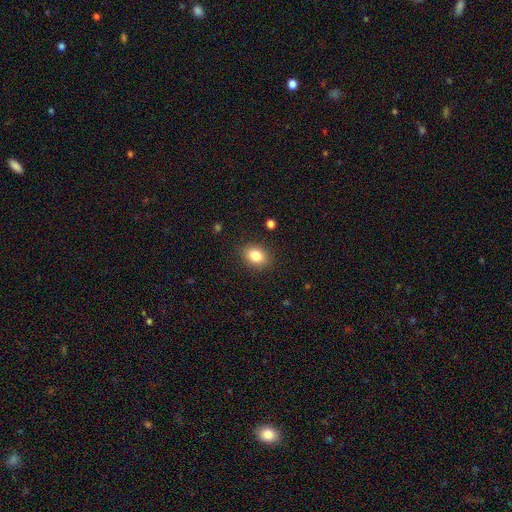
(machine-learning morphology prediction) smooth 83%, star or artifact 9%, featured or disk 7%. Down the decision tree: how rounded — in between (64%); merging — none (87%).